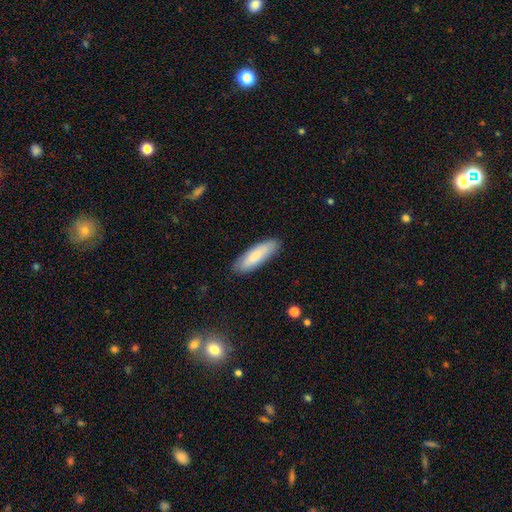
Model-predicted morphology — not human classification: A smooth galaxy with no disk features (83%) that is cigar-shaped (50%).

Vote fractions:
- Smooth or featured? smooth: 83% / featured or disk: 12% / star or artifact: 5%
- How rounded? cigar-shaped: 50% / in between: 48% / round: 1%
- Merging? none: 87% / minor disturbance: 10% / major disturbance: 2% / merger: 1%